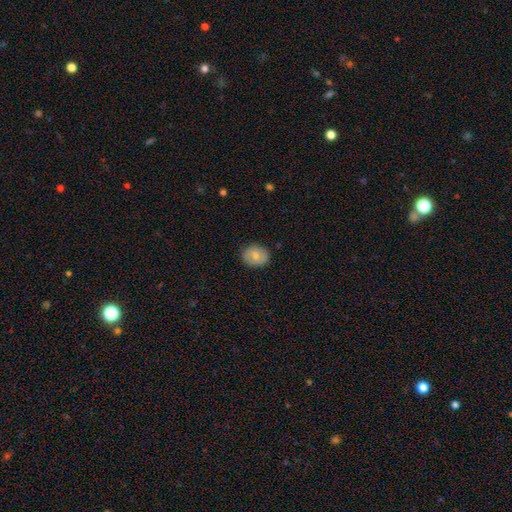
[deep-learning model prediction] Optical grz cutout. It shows a smooth galaxy with no disk features (74%) that is round (57%). Merging: none (86%).